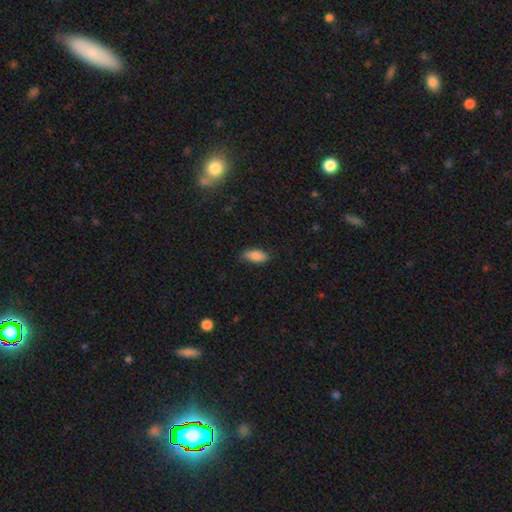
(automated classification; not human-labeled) smooth 84%, featured or disk 9%, star or artifact 7%. Down the decision tree: how rounded — in between (87%); merging — none (78%).